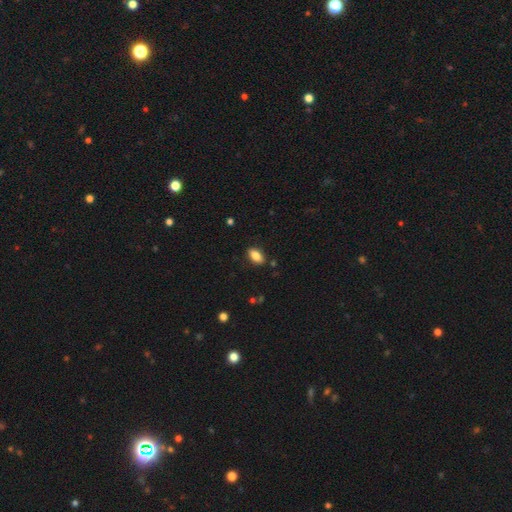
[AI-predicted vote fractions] Q: Smooth or featured?
A: smooth (85%); runner-up: star or artifact (8%)
Q: How rounded?
A: in between (90%); runner-up: round (6%)
Q: Merging?
A: none (86%); runner-up: minor disturbance (10%)